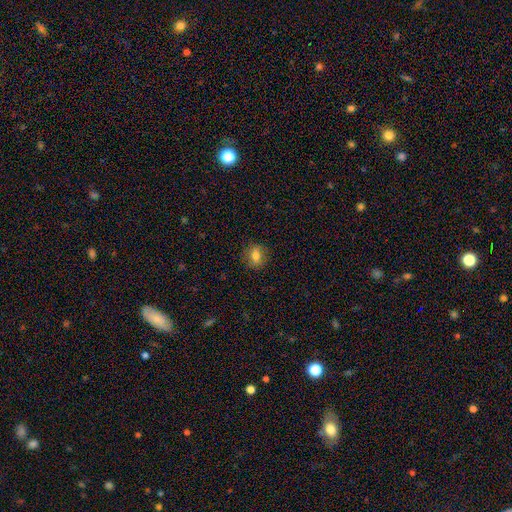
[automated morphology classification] Smooth or featured: smooth — 77% (featured or disk — 12%)
How rounded: round — 59% (in between — 39%)
Merging: none — 85% (minor disturbance — 11%)